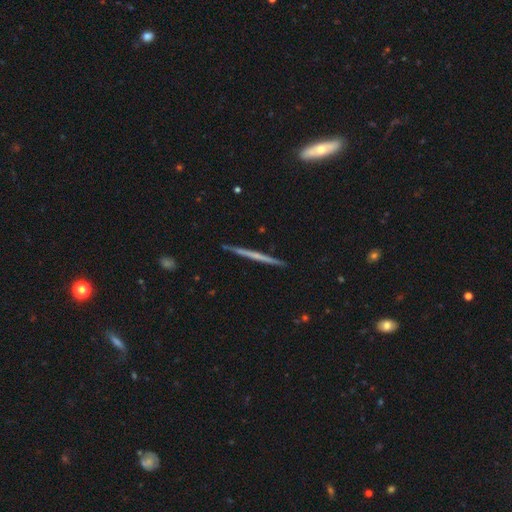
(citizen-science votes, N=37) A featured or disk galaxy (57%) viewed edge-on (100%) with no central bulge (67%).

Vote fractions:
- Smooth or featured? featured or disk: 57% / smooth: 38% / star or artifact: 5%
- Edge-on disk? yes: 100% / no: 0%
- Edge-on bulge? none: 67% / rounded: 33% / boxy: 0%
- Merging? none: 86% / minor disturbance: 9% / major disturbance: 6% / merger: 0%